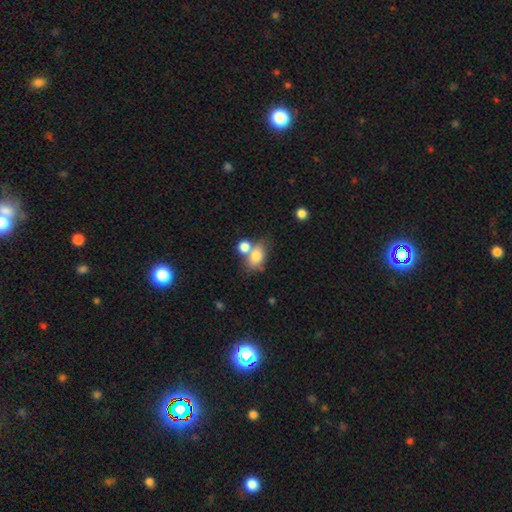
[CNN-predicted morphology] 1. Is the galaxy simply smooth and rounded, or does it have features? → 79% smooth, 12% featured or disk, 9% star or artifact.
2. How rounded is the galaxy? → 76% in between, 22% round, 2% cigar-shaped.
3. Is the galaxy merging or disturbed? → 42% merger, 40% none, 13% minor disturbance, 6% major disturbance.